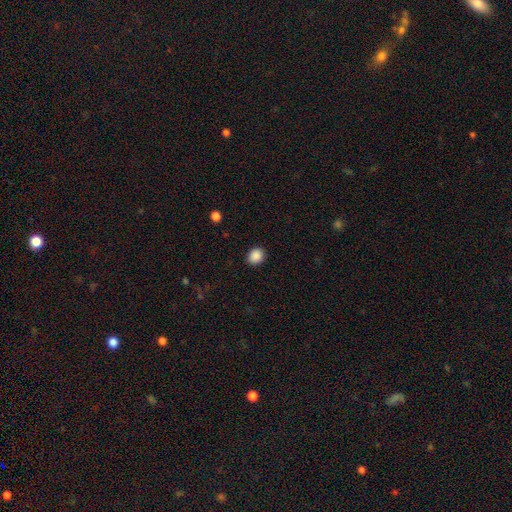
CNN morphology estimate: This is clearly a smooth galaxy (89%). How rounded: likely round (61%). Merging: clearly none (90%).